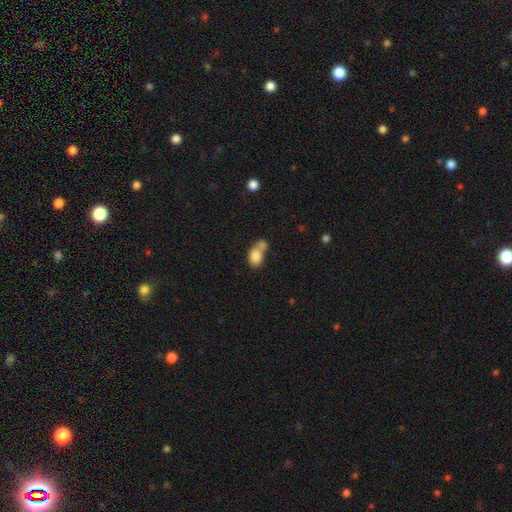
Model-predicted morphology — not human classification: Overall: smooth (81%). How rounded: in between (76%). Merging: merger (58%; none 26%).